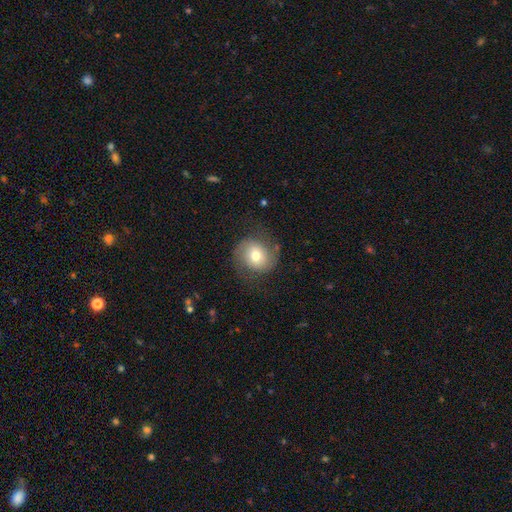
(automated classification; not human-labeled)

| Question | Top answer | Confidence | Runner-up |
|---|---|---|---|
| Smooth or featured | featured or disk | 49% | smooth (42%) |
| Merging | none | 71% | minor disturbance (17%) |